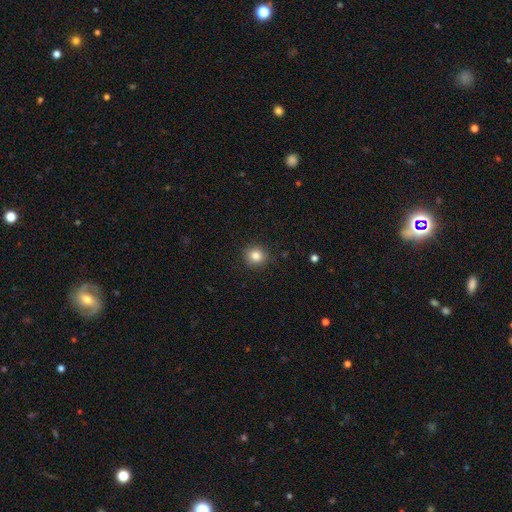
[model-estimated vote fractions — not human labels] Smooth or featured? smooth (84%)
How rounded? round (90%)
Merging? none (89%)